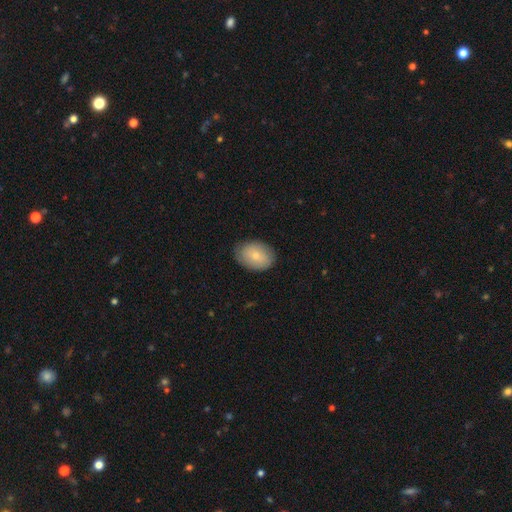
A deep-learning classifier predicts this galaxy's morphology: This appears to be a smooth galaxy with no disk features (76%) that is in between round and cigar-shaped (78%). Merging: none (82%).